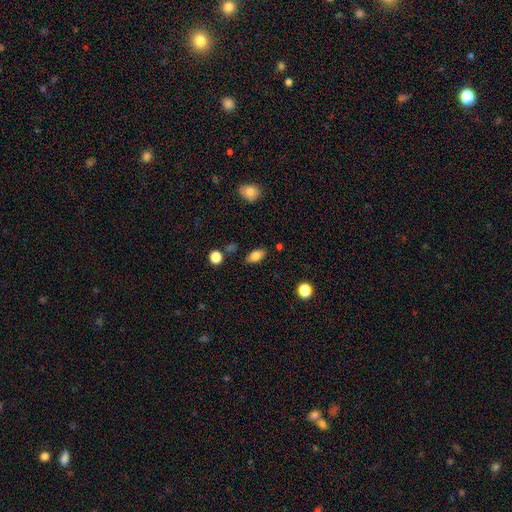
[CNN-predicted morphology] A smooth galaxy with no disk features (81%) that is in between round and cigar-shaped (88%).

Vote fractions:
- Smooth or featured? smooth: 81% / featured or disk: 11% / star or artifact: 9%
- How rounded? in between: 88% / round: 7% / cigar-shaped: 5%
- Merging? none: 83% / minor disturbance: 11% / merger: 3% / major disturbance: 3%